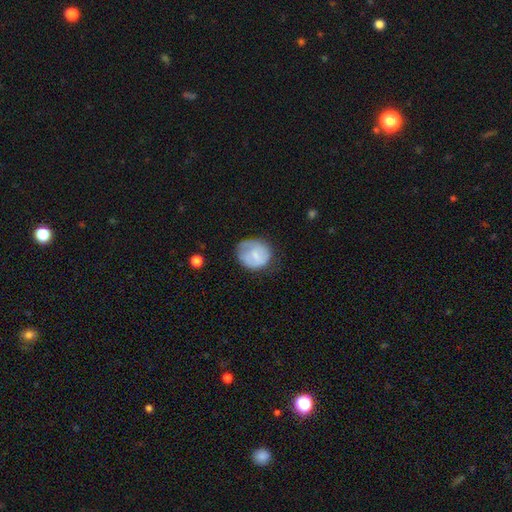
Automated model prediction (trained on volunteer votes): A smooth galaxy with no disk features (65%) that is round (73%). Merging: none (52%).